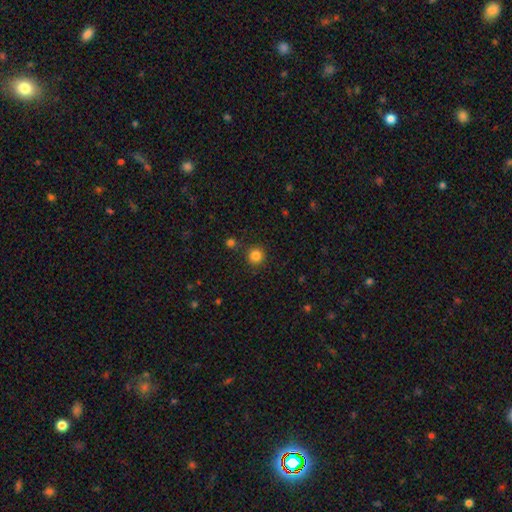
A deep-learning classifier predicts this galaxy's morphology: This is clearly a smooth galaxy (84%). How rounded: clearly round (95%). Merging: clearly none (88%).